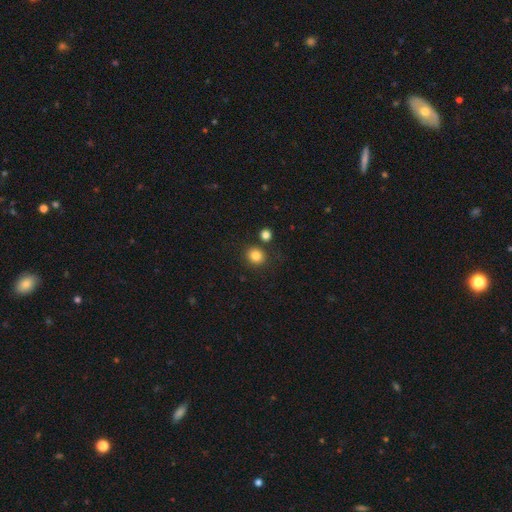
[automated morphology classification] Smooth or featured? smooth (83%)
How rounded? round (84%)
Merging? none (82%)